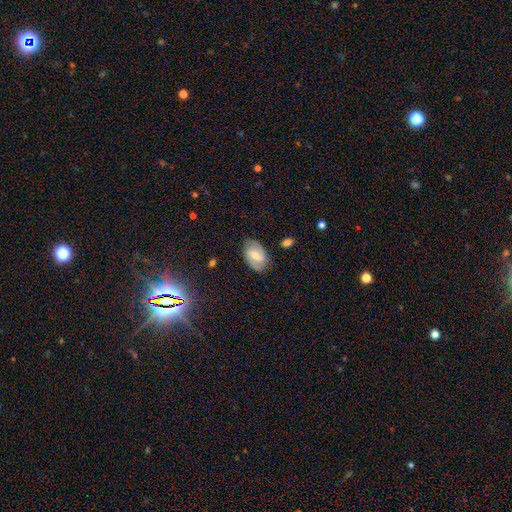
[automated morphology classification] Smooth or featured?
  - featured or disk: 63% *
  - smooth: 30%
  - star or artifact: 7%
Edge-on disk?
  - no: 96% *
  - yes: 4%
Bar?
  - weak: 50% *
  - strong: 34%
  - no: 16%
Spiral arms?
  - yes: 86% *
  - no: 14%
Spiral winding?
  - medium: 46% *
  - tight: 32%
  - loose: 22%
Spiral arm count?
  - 2: 84% *
  - can't tell: 10%
  - 1: 3%
  - 3: 2%
  - 4: 1%
  - more than 4: 1%
Bulge size?
  - small: 46% *
  - moderate: 42%
  - none: 8%
  - large: 4%
  - dominant: 1%
Merging?
  - none: 79% *
  - minor disturbance: 16%
  - major disturbance: 4%
  - merger: 2%